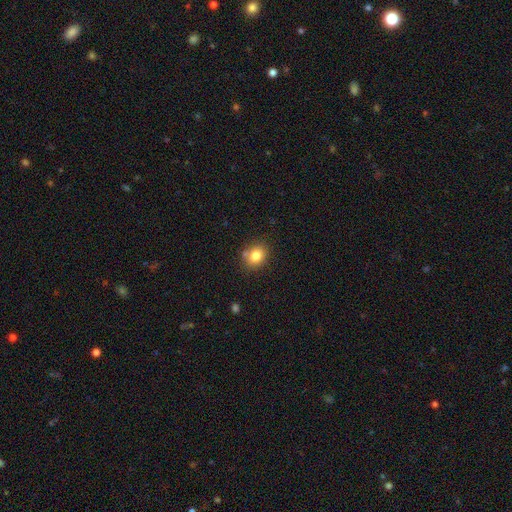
Q: Smooth or featured?
A: smooth (87%); runner-up: featured or disk (10%)
Q: How rounded?
A: in between (56%); runner-up: round (44%)
Q: Merging?
A: none (87%); runner-up: merger (8%)